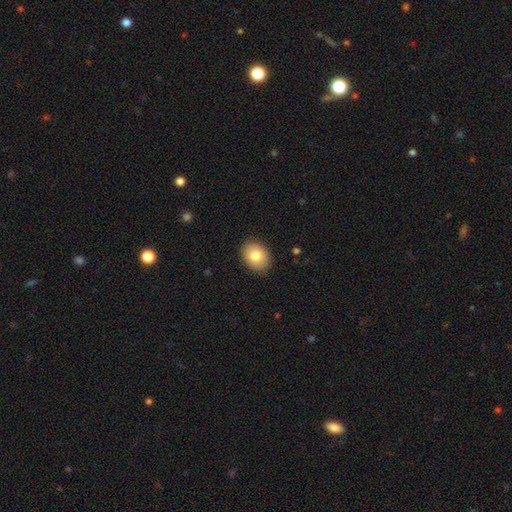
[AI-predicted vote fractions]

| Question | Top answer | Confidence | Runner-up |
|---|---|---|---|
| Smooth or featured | smooth | 80% | featured or disk (12%) |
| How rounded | in between | 66% | round (34%) |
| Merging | none | 88% | minor disturbance (9%) |